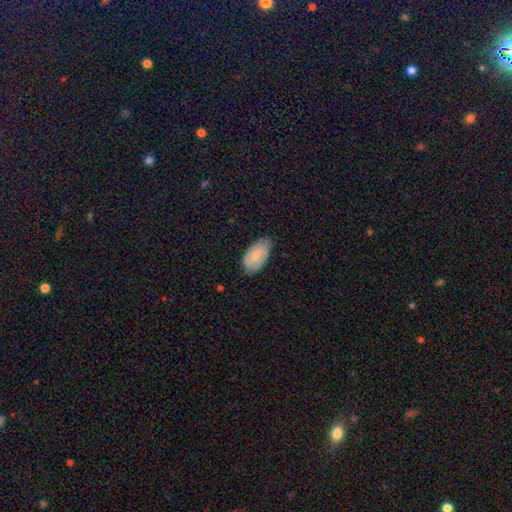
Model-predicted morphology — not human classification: Smooth or featured: smooth — 66% (featured or disk — 28%)
How rounded: in between — 94% (round — 4%)
Merging: none — 74% (minor disturbance — 22%)